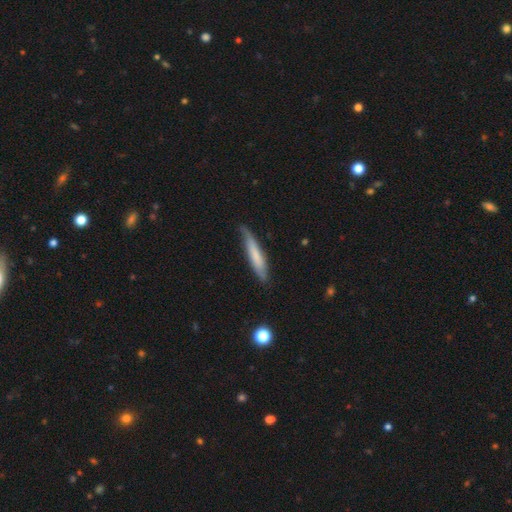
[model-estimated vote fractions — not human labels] Morphology: type=smooth (66%); roundness=cigar-shaped (91%); merging=none (71%).